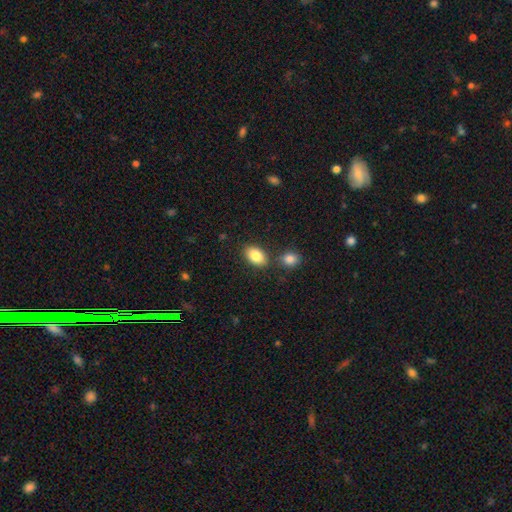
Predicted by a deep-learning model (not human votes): Smooth or featured? smooth (86%)
How rounded? in between (89%)
Merging? none (77%)